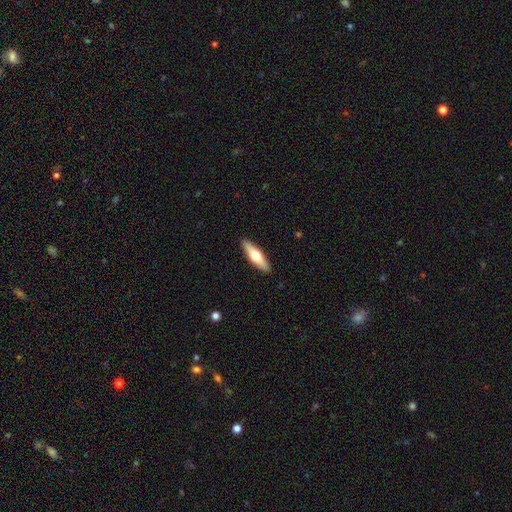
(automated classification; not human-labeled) This appears to be a smooth galaxy with no disk features (47%, tied with featured or disk). Merging: none (91%).